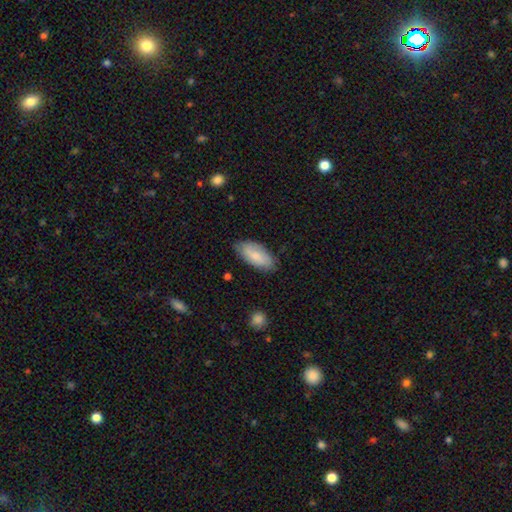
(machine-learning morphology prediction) A smooth galaxy with no disk features (79%) that is in between round and cigar-shaped (91%).

Vote fractions:
- Smooth or featured? smooth: 79% / featured or disk: 15% / star or artifact: 6%
- How rounded? in between: 91% / cigar-shaped: 7% / round: 2%
- Merging? none: 78% / minor disturbance: 17% / major disturbance: 3% / merger: 1%